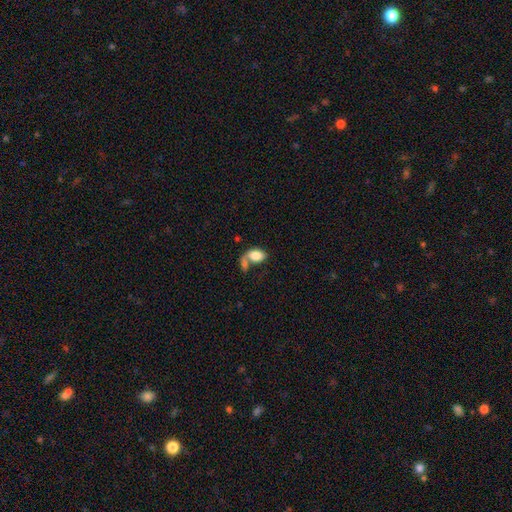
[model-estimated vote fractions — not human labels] Smooth or featured: smooth — 78% (featured or disk — 15%)
How rounded: in between — 89% (round — 9%)
Merging: merger — 46% (none — 31%)